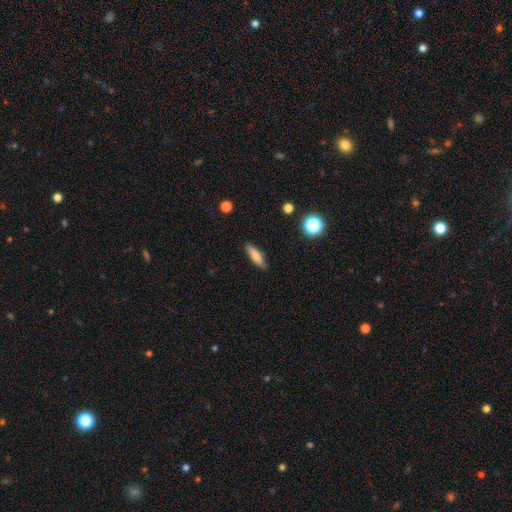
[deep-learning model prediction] The model was most divided on "how rounded": cigar-shaped: 63%, in between: 35%, round: 2%. More confident: merging — none (87%); smooth or featured — smooth (77%).